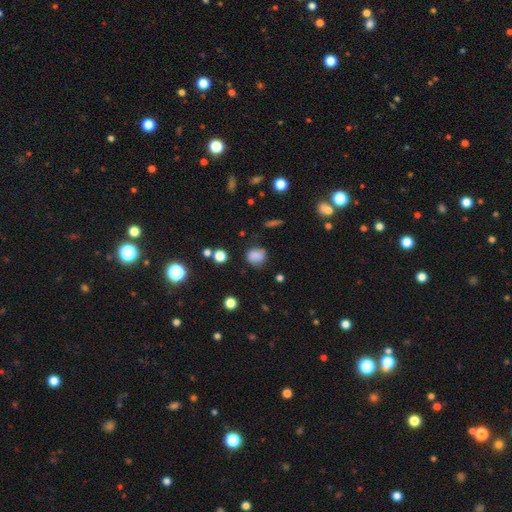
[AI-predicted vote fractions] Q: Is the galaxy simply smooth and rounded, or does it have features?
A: smooth — 82%.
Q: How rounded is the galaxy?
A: round — 72%.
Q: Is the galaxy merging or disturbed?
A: none — 74%.